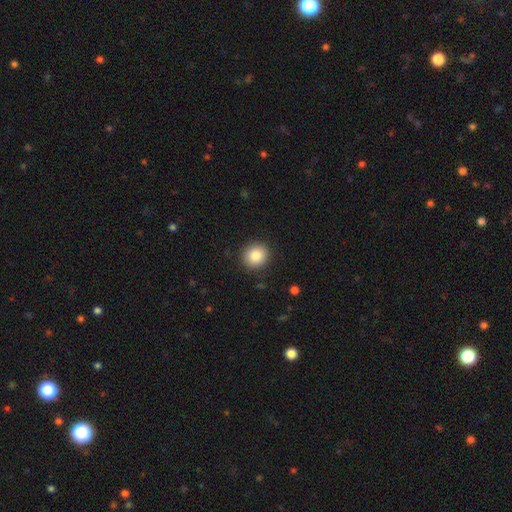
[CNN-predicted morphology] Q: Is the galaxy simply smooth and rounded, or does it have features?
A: smooth — 84%.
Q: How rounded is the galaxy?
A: round — 88%.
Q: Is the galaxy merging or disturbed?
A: none — 91%.